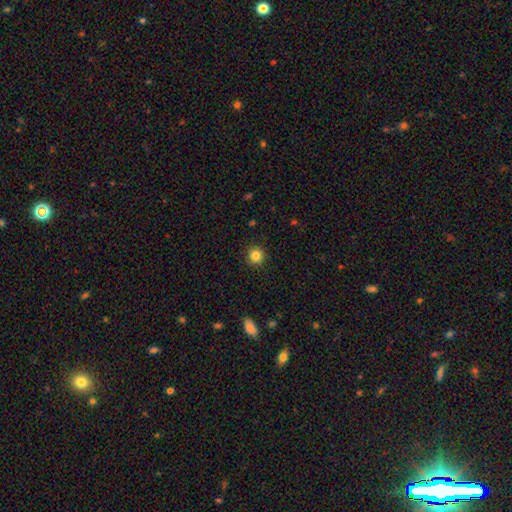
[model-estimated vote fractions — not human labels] Smooth or featured? Predicted: smooth (p=0.84). How rounded? Predicted: round (p=0.94). Merging? Predicted: none (p=0.92).